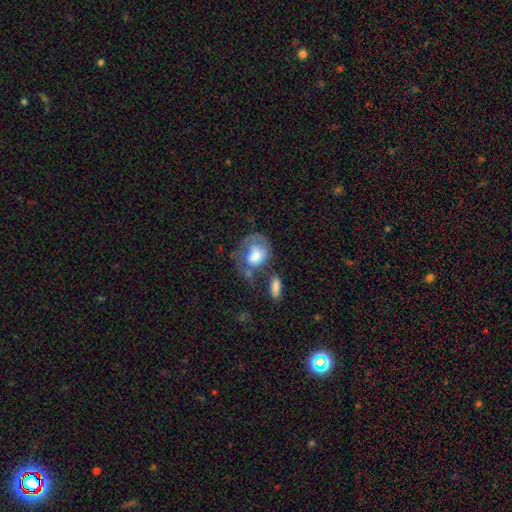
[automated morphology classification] type=smooth (53%); roundness=in between (54%); merging=major disturbance (34%).